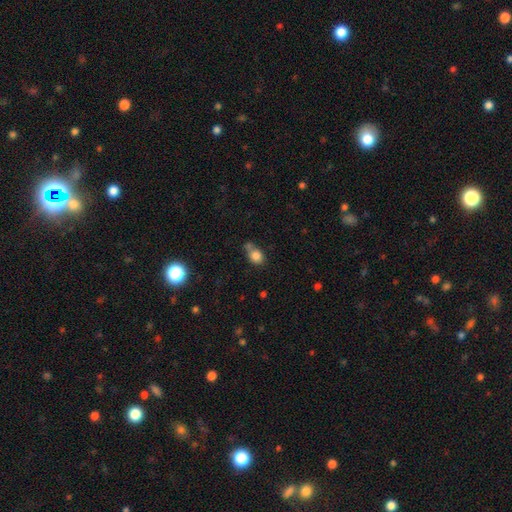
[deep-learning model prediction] The model was most divided on "how rounded": round: 54%, in between: 45%, cigar-shaped: 1%. Remaining: smooth or featured — smooth (81%); merging — none (44%).